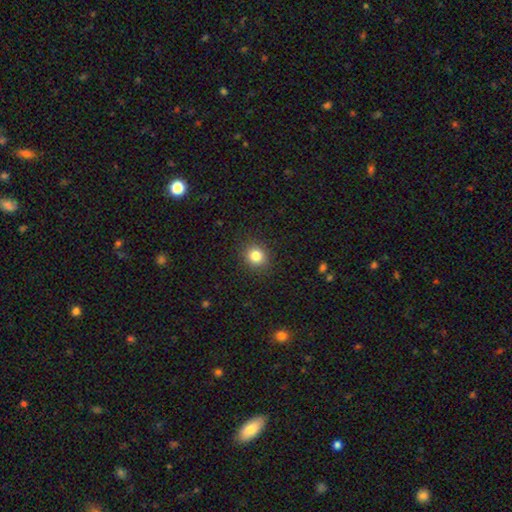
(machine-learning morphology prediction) Smooth or featured? smooth (82%)
How rounded? round (85%)
Merging? none (90%)